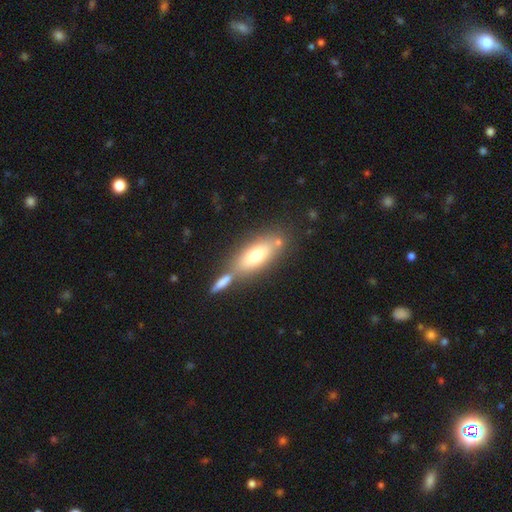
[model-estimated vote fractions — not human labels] smooth_or_featured: smooth (p=0.67) [alt: featured or disk p=0.25]
how_rounded: in between (p=0.71) [alt: cigar-shaped p=0.26]
merging: none (p=0.56) [alt: merger p=0.28]